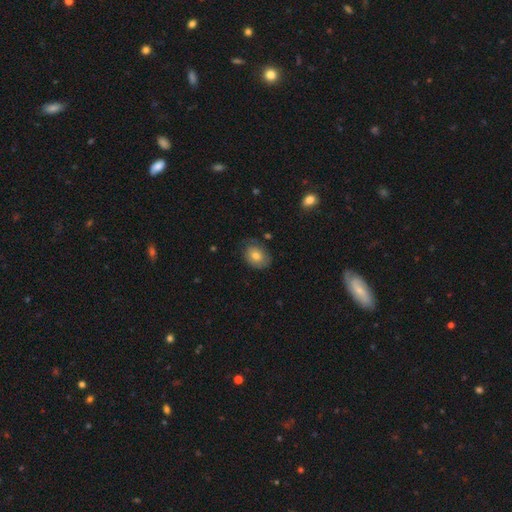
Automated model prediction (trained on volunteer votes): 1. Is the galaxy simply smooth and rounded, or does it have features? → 72% smooth, 20% featured or disk, 9% star or artifact.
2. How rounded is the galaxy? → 61% in between, 38% round, 1% cigar-shaped.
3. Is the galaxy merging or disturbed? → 71% none, 22% minor disturbance, 6% major disturbance, 1% merger.